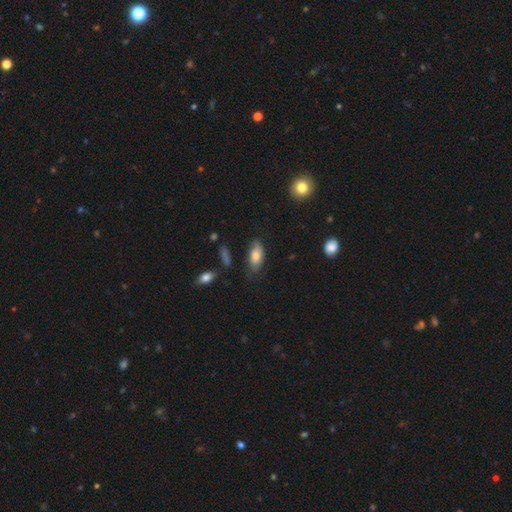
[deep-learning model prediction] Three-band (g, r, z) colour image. It shows a smooth galaxy with no disk features (71%) that is in between round and cigar-shaped (90%). Merging: none (56%).